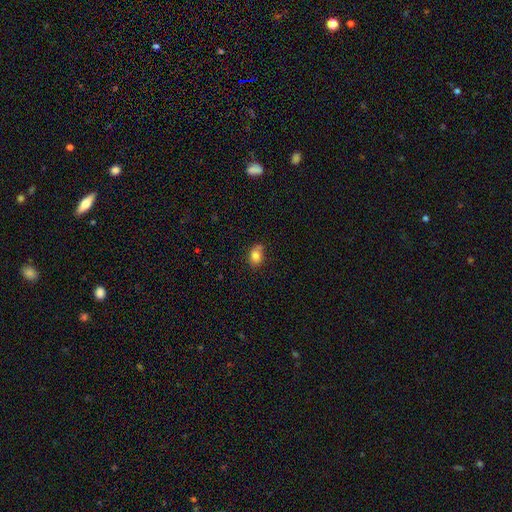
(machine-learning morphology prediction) Smooth or featured? smooth (82%)
How rounded? in between (62%)
Merging? none (60%)